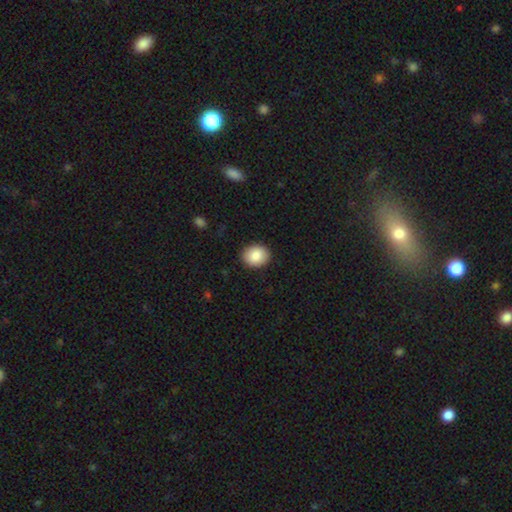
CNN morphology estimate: Smooth or featured? smooth (88%)
How rounded? round (54%)
Merging? none (90%)